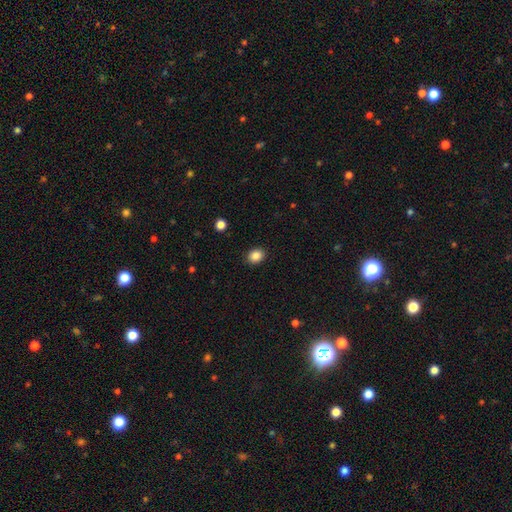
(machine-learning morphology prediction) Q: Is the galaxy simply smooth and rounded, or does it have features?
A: smooth — 87%.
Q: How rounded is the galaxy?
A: round — 53%.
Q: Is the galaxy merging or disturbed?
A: none — 90%.